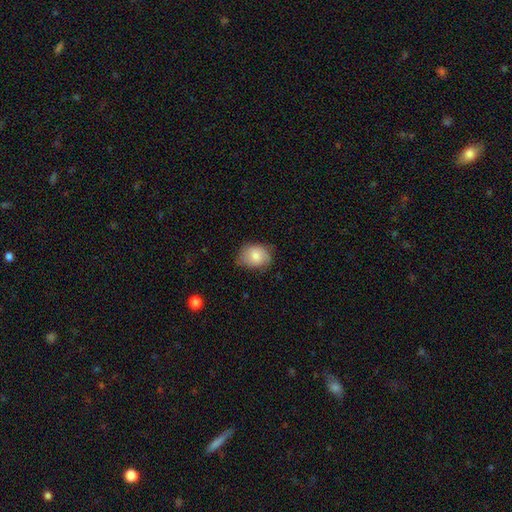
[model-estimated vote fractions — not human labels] smooth_or_featured: smooth (p=0.76) [alt: featured or disk p=0.17]
how_rounded: in between (p=0.57) [alt: round p=0.42]
merging: none (p=0.65) [alt: minor disturbance p=0.28]